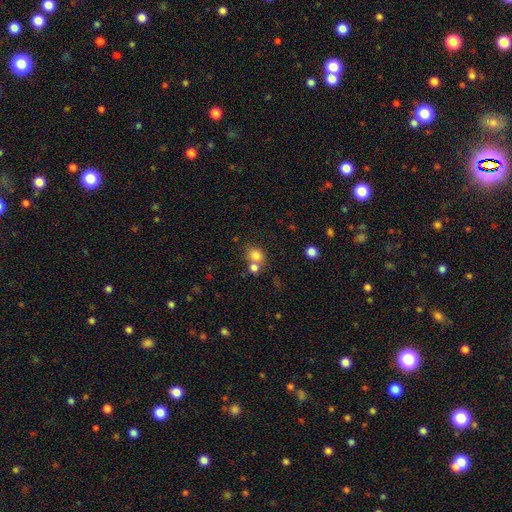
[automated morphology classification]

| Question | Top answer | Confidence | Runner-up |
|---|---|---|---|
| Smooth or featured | smooth | 80% | star or artifact (11%) |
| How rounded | round | 68% | in between (31%) |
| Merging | none | 47% | merger (39%) |